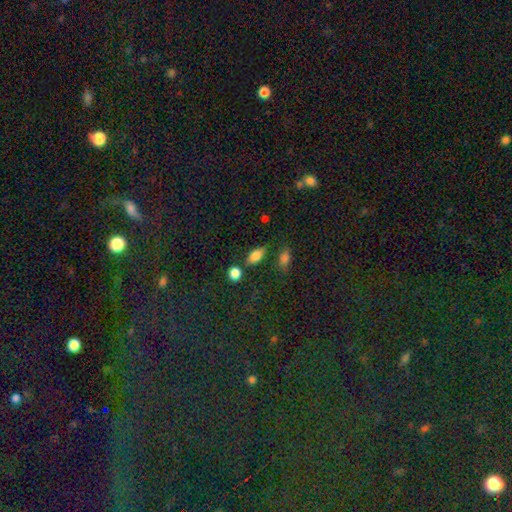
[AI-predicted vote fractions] smooth-or-featured: smooth: 81% | star or artifact: 10% | featured or disk: 9%
  how-rounded: in between: 84% | round: 8% | cigar-shaped: 8%
  merging: none: 72% | minor disturbance: 15% | merger: 8% | major disturbance: 5%